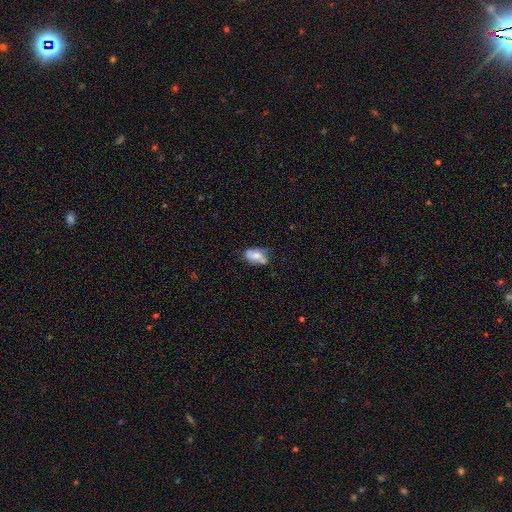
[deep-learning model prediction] smooth 55%, featured or disk 37%, star or artifact 9%. Down the decision tree: how rounded — in between (86%); merging — none (41%).